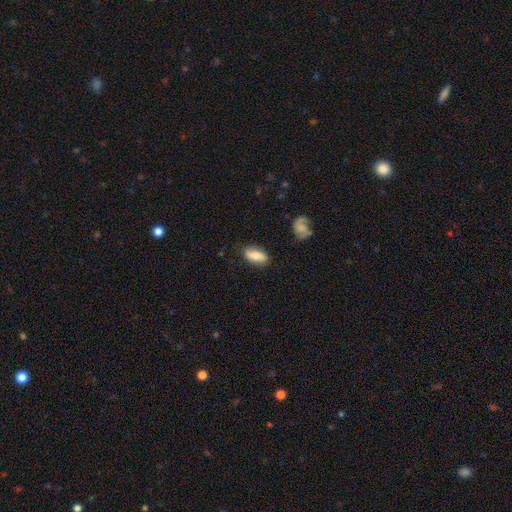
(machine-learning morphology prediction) smooth_or_featured: smooth (p=0.70) [alt: featured or disk p=0.23]
how_rounded: in between (p=0.85) [alt: cigar-shaped p=0.11]
merging: none (p=0.80) [alt: minor disturbance p=0.15]